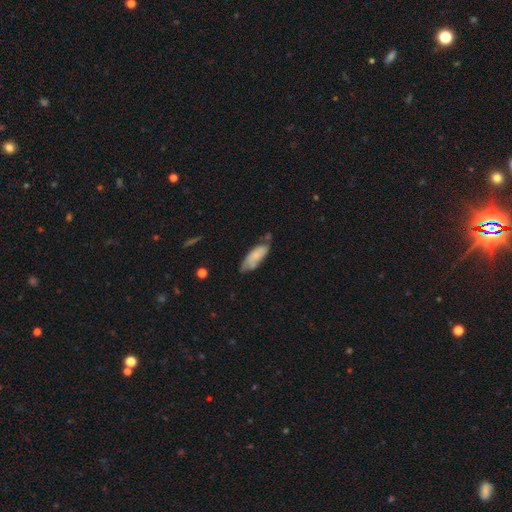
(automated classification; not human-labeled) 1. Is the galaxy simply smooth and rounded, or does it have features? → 74% smooth, 20% featured or disk, 6% star or artifact.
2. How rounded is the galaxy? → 70% in between, 29% cigar-shaped, 2% round.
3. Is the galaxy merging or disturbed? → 49% none, 34% minor disturbance, 8% major disturbance, 8% merger.